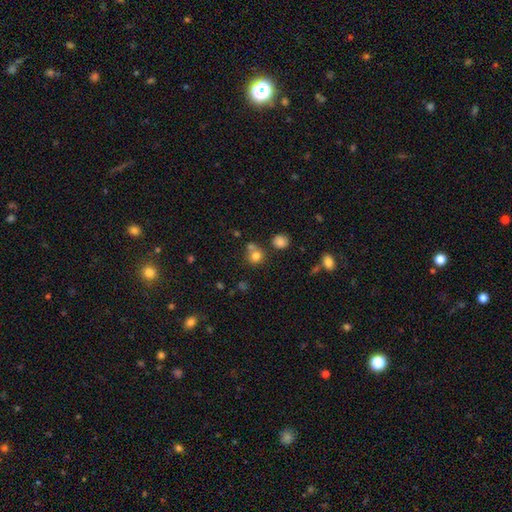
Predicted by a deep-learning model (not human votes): Smooth or featured?
  - smooth: 77% *
  - star or artifact: 14%
  - featured or disk: 8%
How rounded?
  - round: 86% *
  - in between: 13%
  - cigar-shaped: 1%
Merging?
  - none: 58% *
  - merger: 28%
  - minor disturbance: 10%
  - major disturbance: 4%